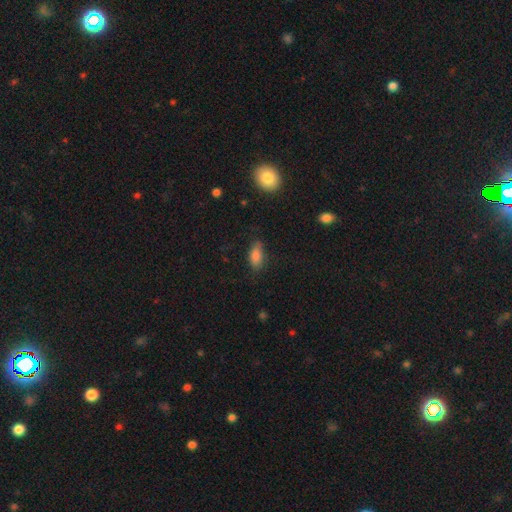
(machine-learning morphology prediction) smooth-or-featured: smooth: 83% | star or artifact: 9% | featured or disk: 8%
  how-rounded: in between: 87% | cigar-shaped: 9% | round: 4%
  merging: none: 75% | minor disturbance: 18% | major disturbance: 5% | merger: 2%